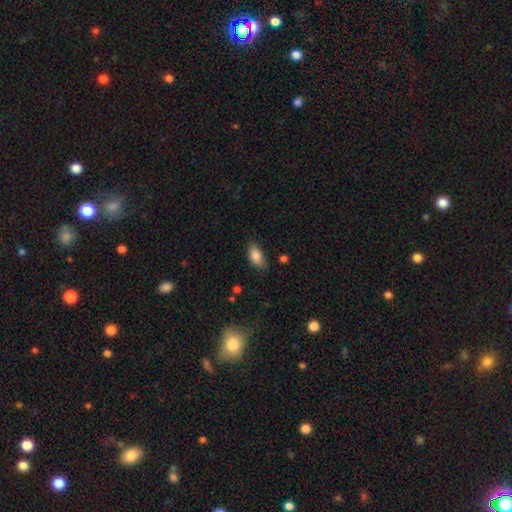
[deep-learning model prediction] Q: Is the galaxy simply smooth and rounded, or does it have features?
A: smooth — 87%.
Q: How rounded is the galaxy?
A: in between — 91%.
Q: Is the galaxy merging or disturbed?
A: none — 75%.